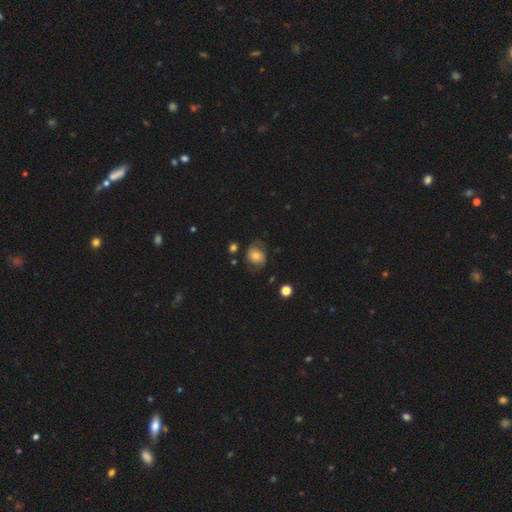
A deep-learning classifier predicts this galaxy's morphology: This is possibly a featured or disk galaxy (50%). Merging: likely none (64%).